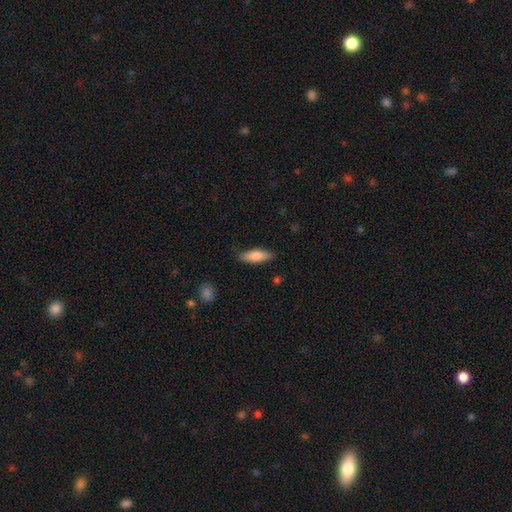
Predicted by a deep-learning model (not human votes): A smooth galaxy with no disk features (80%) that is in between round and cigar-shaped (56%).

Vote fractions:
- Smooth or featured? smooth: 80% / featured or disk: 14% / star or artifact: 6%
- How rounded? in between: 56% / cigar-shaped: 42% / round: 2%
- Merging? none: 82% / minor disturbance: 13% / major disturbance: 3% / merger: 1%